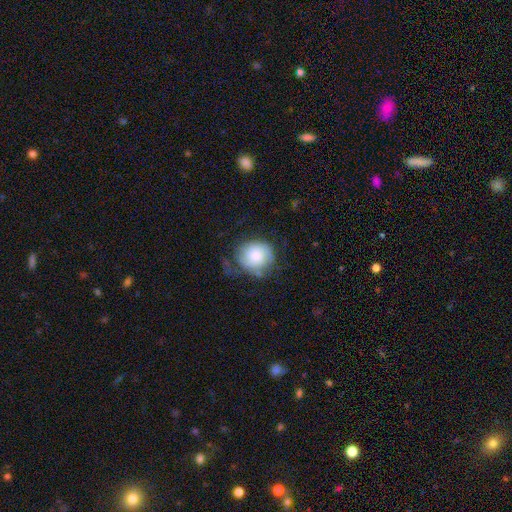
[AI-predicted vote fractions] Overall: smooth (48%; featured or disk 44%). Merging: none (47%; minor disturbance 29%).